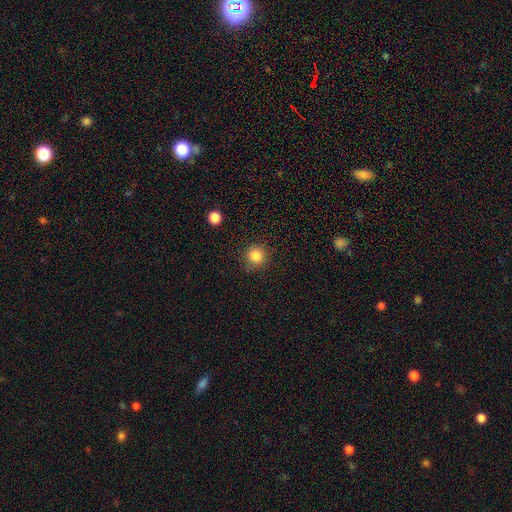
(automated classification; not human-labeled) Smooth or featured? Predicted: smooth (p=0.85). How rounded? Predicted: round (p=0.93). Merging? Predicted: none (p=0.88).